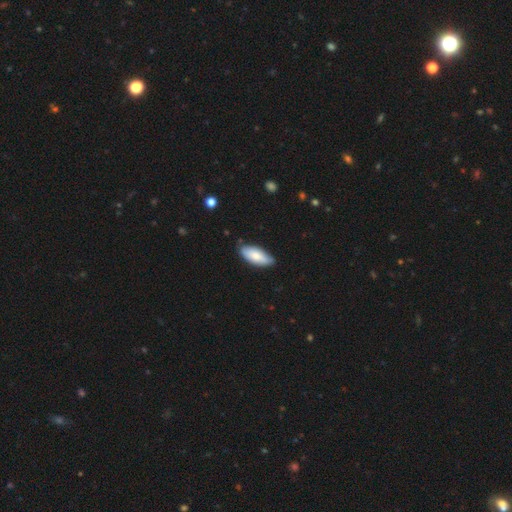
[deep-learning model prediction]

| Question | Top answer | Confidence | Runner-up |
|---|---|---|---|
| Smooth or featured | smooth | 78% | featured or disk (17%) |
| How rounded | in between | 84% | cigar-shaped (15%) |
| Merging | none | 78% | minor disturbance (18%) |